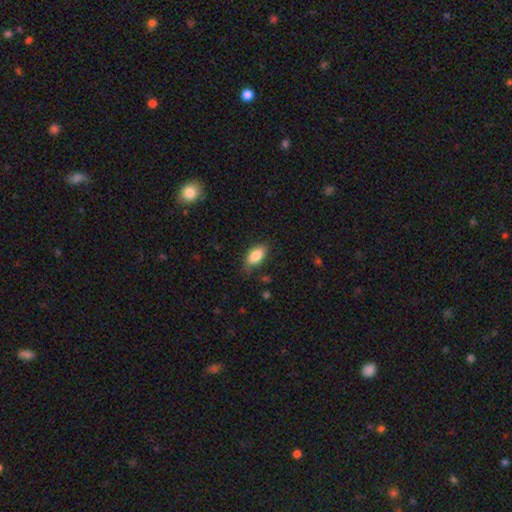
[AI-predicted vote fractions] This is clearly a smooth galaxy (84%). How rounded: clearly in between (91%). Merging: likely none (74%).